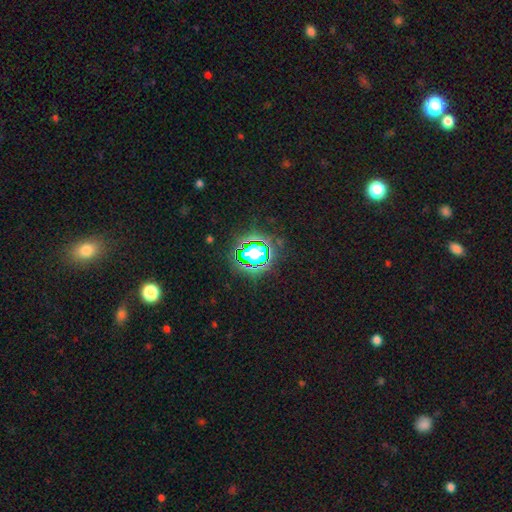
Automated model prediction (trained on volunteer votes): Smooth or featured: star or artifact — 80% (smooth — 13%)